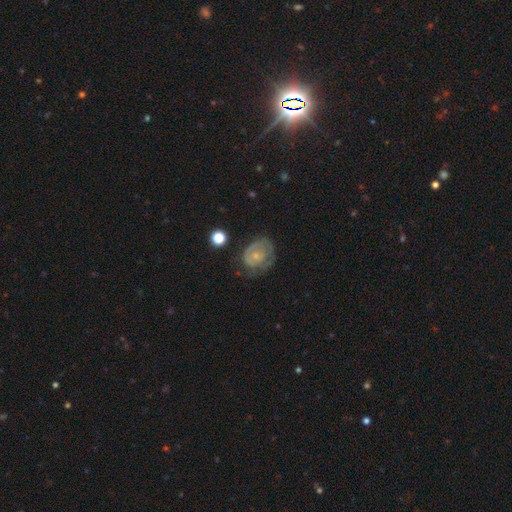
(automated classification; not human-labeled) Smooth or featured? featured or disk (57%)
Edge-on disk? no (97%)
Bar? no (83%)
Spiral arms? yes (60%)
Bulge size? small (69%)
Merging? none (53%)